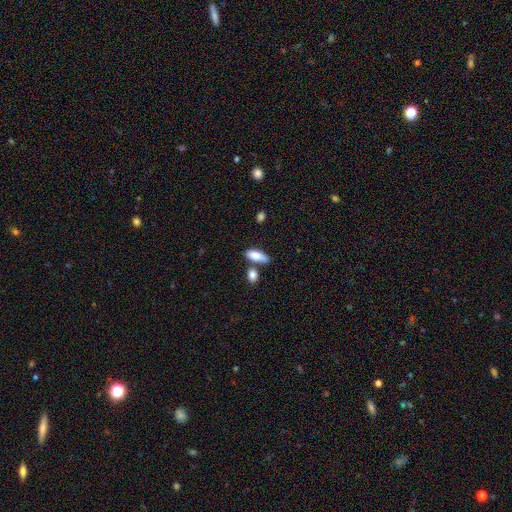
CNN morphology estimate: A smooth galaxy with no disk features (83%) that is in between round and cigar-shaped (78%). Merging: none (49%).